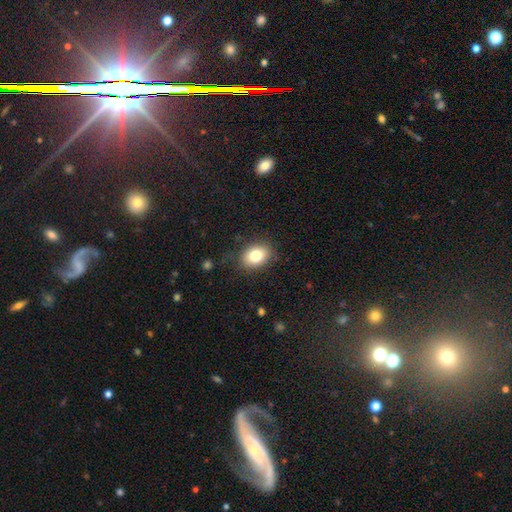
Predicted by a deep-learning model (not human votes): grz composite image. It shows a smooth galaxy with no disk features (82%) that is in between round and cigar-shaped (70%). Merging: none (83%).